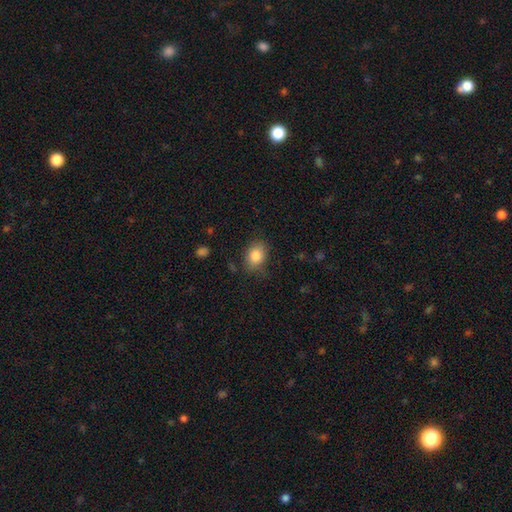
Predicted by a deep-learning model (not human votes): This is clearly a smooth galaxy (85%). How rounded: likely in between (65%). Merging: likely none (76%).